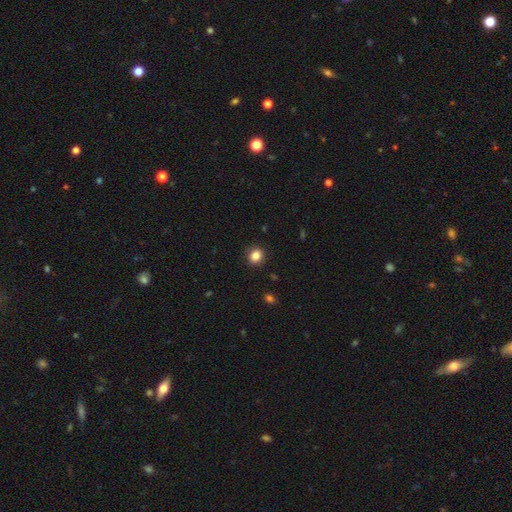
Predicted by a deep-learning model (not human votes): smooth-or-featured: smooth: 85% | star or artifact: 11% | featured or disk: 4%
  how-rounded: round: 75% | in between: 24% | cigar-shaped: 1%
  merging: none: 91% | minor disturbance: 6% | major disturbance: 2% | merger: 1%